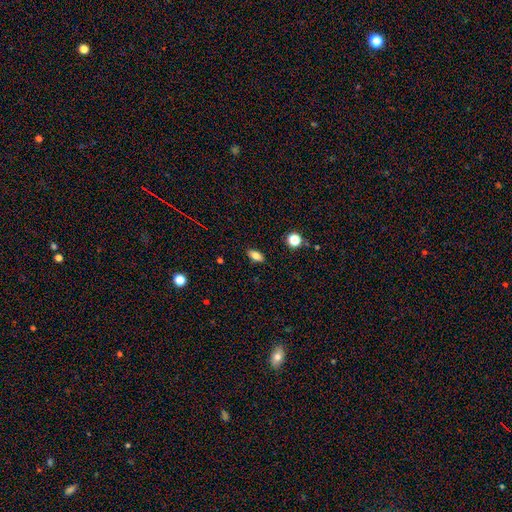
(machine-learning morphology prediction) Smooth or featured: smooth — 80% (featured or disk — 10%)
How rounded: in between — 85% (cigar-shaped — 9%)
Merging: none — 88% (minor disturbance — 9%)